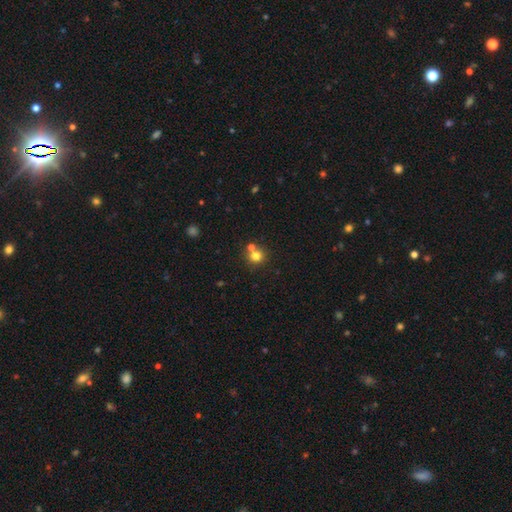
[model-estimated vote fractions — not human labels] Smooth or featured: smooth — 76% (star or artifact — 14%)
How rounded: round — 89% (in between — 10%)
Merging: none — 61% (merger — 29%)